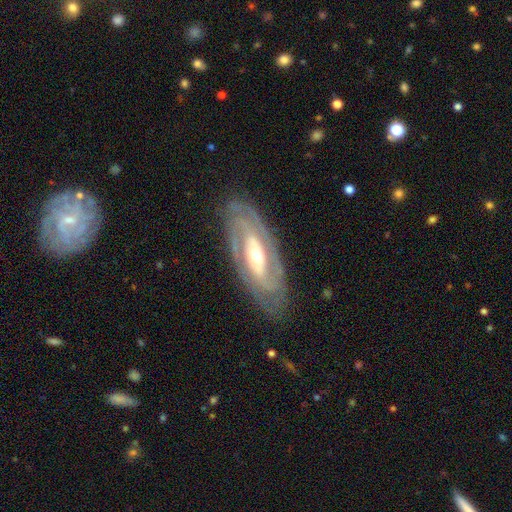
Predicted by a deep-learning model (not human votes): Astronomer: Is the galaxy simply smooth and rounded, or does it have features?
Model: featured or disk — 85%.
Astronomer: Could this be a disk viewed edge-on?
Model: no — 89%.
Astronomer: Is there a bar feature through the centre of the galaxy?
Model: no — 38% (runner-up: strong, 33%).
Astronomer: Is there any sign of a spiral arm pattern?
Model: yes — 87%.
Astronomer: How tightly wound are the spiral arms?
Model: tight — 63%.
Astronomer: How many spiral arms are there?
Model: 2 — 58%.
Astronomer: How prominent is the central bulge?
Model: moderate — 62%.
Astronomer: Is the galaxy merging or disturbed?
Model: none — 82%.